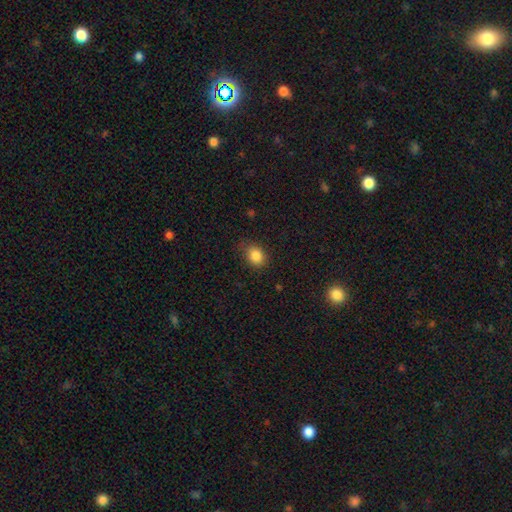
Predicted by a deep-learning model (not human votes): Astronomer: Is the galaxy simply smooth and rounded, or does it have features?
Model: smooth — 85%.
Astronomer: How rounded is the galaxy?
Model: round — 50% (runner-up: in between, 49%).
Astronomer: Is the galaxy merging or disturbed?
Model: none — 77%.